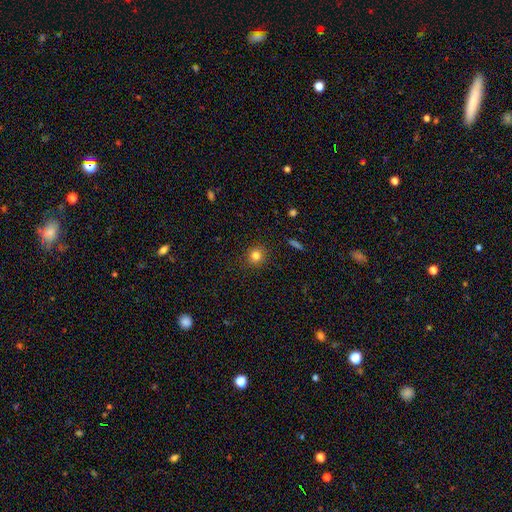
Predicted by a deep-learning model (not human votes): Smooth or featured: smooth — 81% (star or artifact — 12%)
How rounded: round — 86% (in between — 12%)
Merging: none — 89% (minor disturbance — 8%)